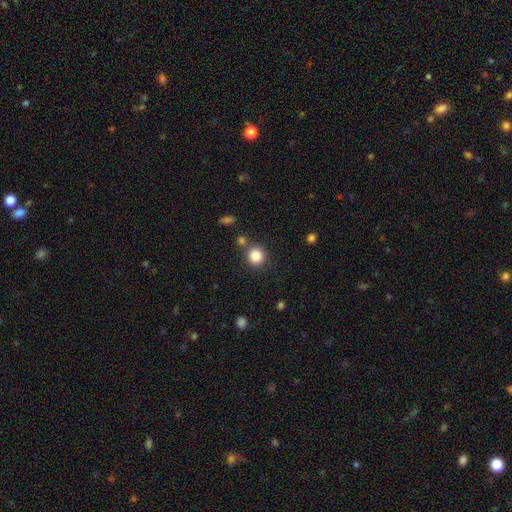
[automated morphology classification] The model was most divided on "merging": none: 79%, minor disturbance: 9%, merger: 9%, major disturbance: 3%. More confident: how rounded — round (88%); smooth or featured — smooth (85%).